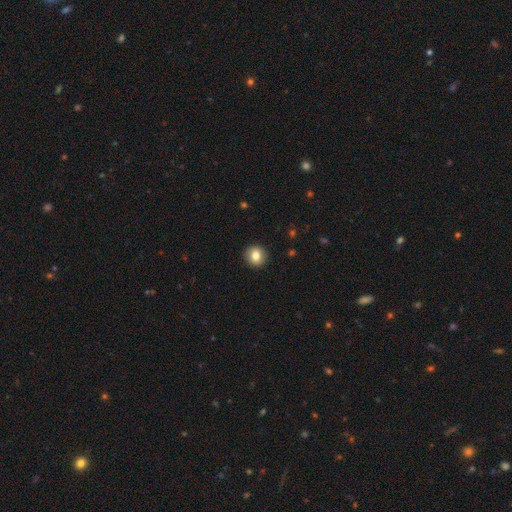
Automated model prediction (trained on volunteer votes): This appears to be a smooth galaxy with no disk features (81%) that is round (90%). Merging: none (92%).